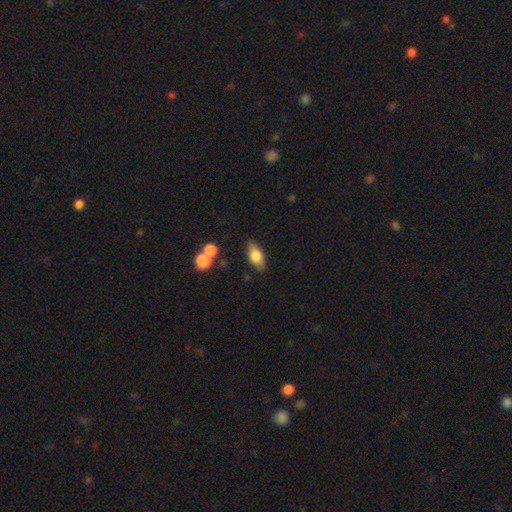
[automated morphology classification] A smooth galaxy with no disk features (74%) that is in between round and cigar-shaped (86%).

Vote fractions:
- Smooth or featured? smooth: 74% / featured or disk: 18% / star or artifact: 7%
- How rounded? in between: 86% / cigar-shaped: 9% / round: 5%
- Merging? none: 80% / minor disturbance: 12% / merger: 4% / major disturbance: 3%